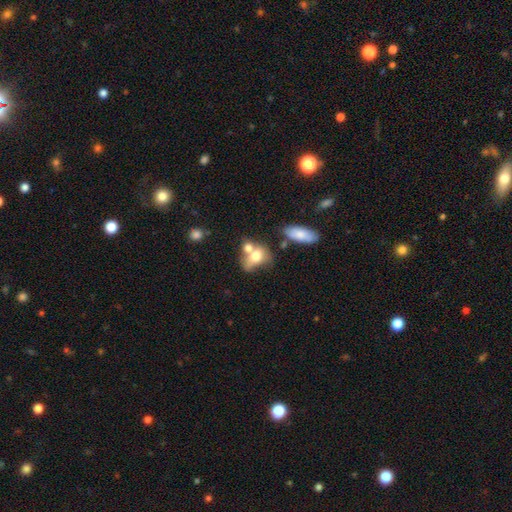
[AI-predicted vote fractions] Q: Smooth or featured?
A: smooth (69%); runner-up: featured or disk (22%)
Q: How rounded?
A: in between (66%); runner-up: round (32%)
Q: Merging?
A: merger (56%); runner-up: none (22%)